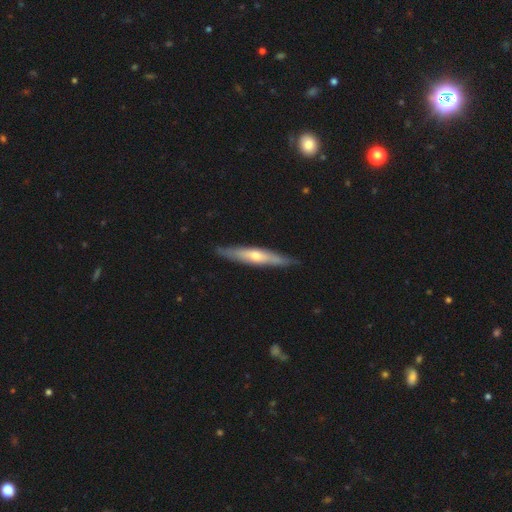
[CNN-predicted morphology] Smooth or featured? Predicted: featured or disk (p=0.58). Edge-on disk? Predicted: yes (p=0.89). Edge-on bulge? Predicted: rounded (p=0.77). Merging? Predicted: none (p=0.87).